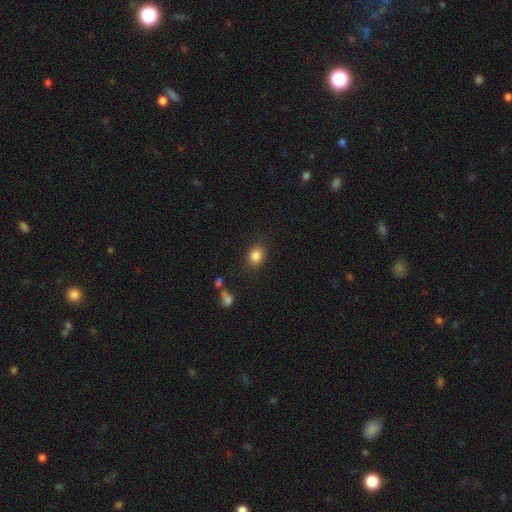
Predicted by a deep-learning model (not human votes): Smooth or featured: smooth — 85% (star or artifact — 10%)
How rounded: round — 59% (in between — 40%)
Merging: none — 85% (minor disturbance — 10%)